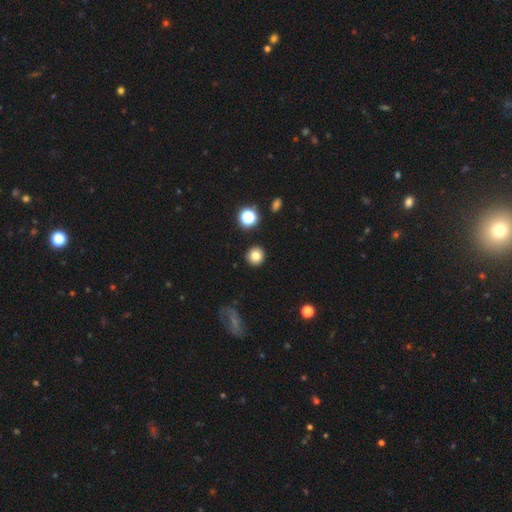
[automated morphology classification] A smooth galaxy with no disk features (80%) that is round (93%).

Vote fractions:
- Smooth or featured? smooth: 80% / star or artifact: 13% / featured or disk: 7%
- How rounded? round: 93% / in between: 6% / cigar-shaped: 1%
- Merging? none: 91% / minor disturbance: 6% / major disturbance: 2% / merger: 2%